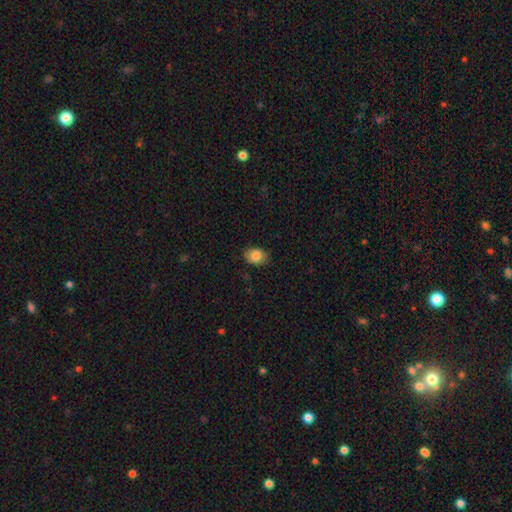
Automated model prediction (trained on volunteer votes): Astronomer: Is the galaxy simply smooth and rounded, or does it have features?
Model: smooth — 85%.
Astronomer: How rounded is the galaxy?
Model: in between — 60% (runner-up: round, 39%).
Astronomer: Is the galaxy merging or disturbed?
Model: none — 82%.